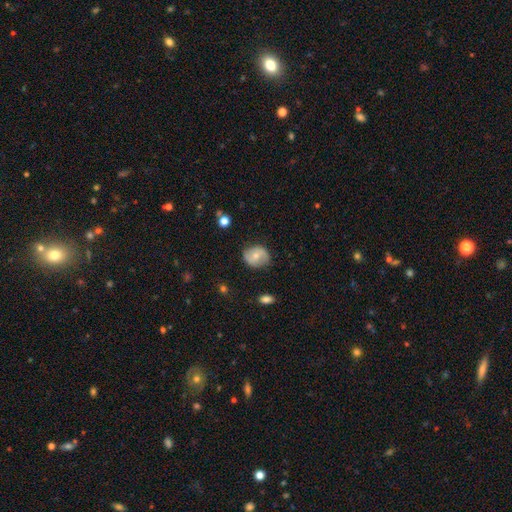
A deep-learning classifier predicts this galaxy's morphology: This is possibly a featured or disk galaxy (46%, tied with smooth). Merging: likely none (77%).